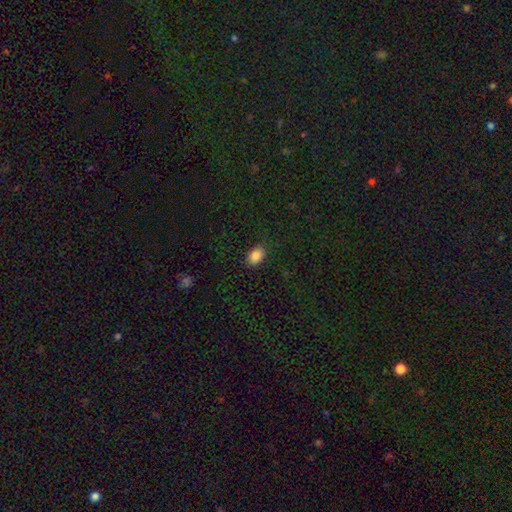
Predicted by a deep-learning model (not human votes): Smooth or featured?
  - smooth: 87% *
  - star or artifact: 9%
  - featured or disk: 4%
How rounded?
  - in between: 83% *
  - round: 16%
  - cigar-shaped: 1%
Merging?
  - none: 86% *
  - minor disturbance: 11%
  - major disturbance: 3%
  - merger: 1%